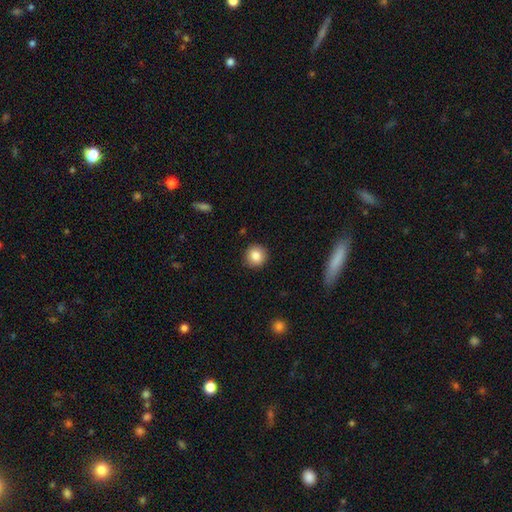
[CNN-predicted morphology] smooth_or_featured: smooth (p=0.85) [alt: star or artifact p=0.09]
how_rounded: round (p=0.93) [alt: in between p=0.06]
merging: none (p=0.92) [alt: minor disturbance p=0.06]